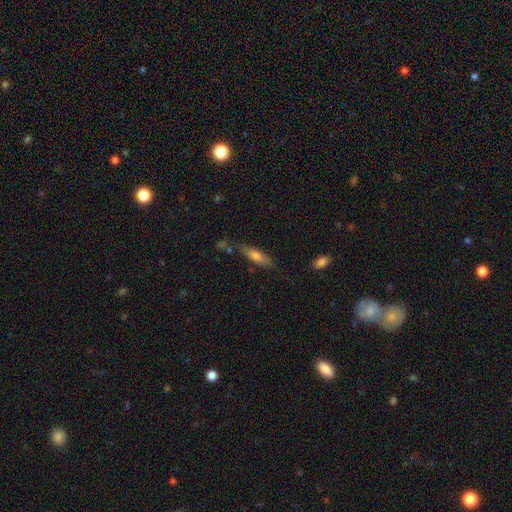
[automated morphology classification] Smooth or featured? smooth (64%)
How rounded? cigar-shaped (67%)
Merging? none (71%)